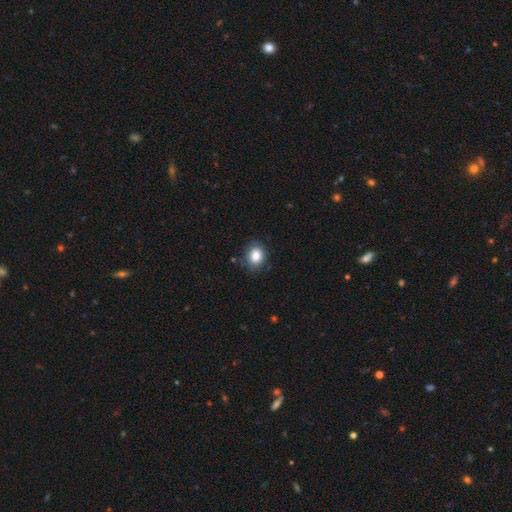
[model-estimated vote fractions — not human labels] Morphology: type=smooth (84%); roundness=in between (50%); merging=none (82%).